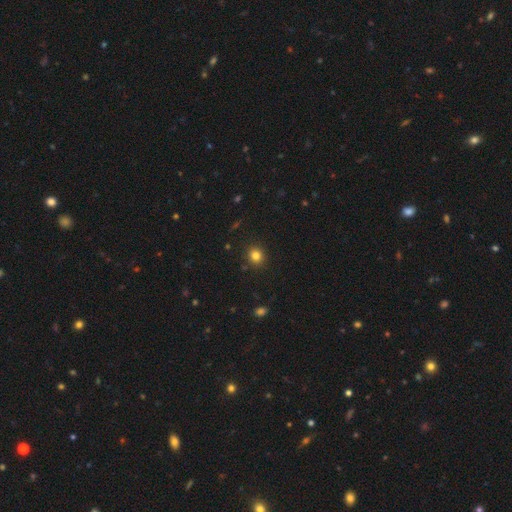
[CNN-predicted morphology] This appears to be a smooth galaxy with no disk features (82%) that is round (83%). Merging: none (90%).